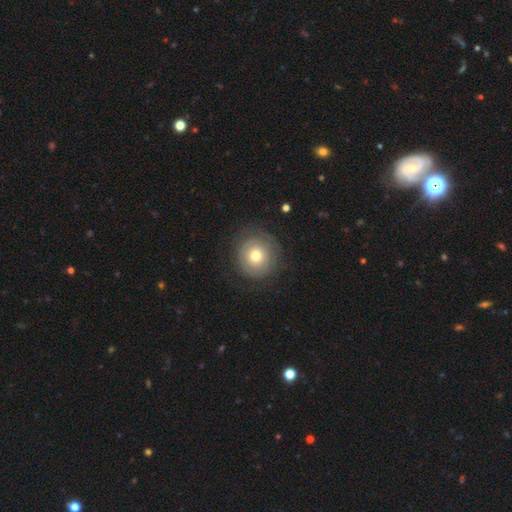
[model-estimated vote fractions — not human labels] smooth 54%, featured or disk 38%, star or artifact 9%. Down the decision tree: how rounded — round (93%); merging — none (78%).